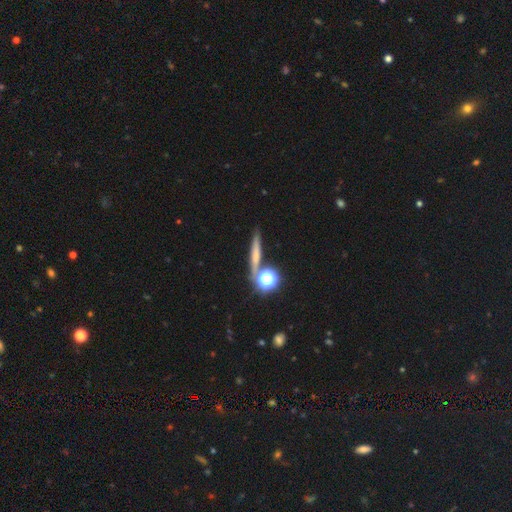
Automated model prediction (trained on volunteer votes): Smooth or featured: smooth — 51% (featured or disk — 29%)
How rounded: cigar-shaped — 65% (round — 24%)
Merging: none — 77% (merger — 10%)